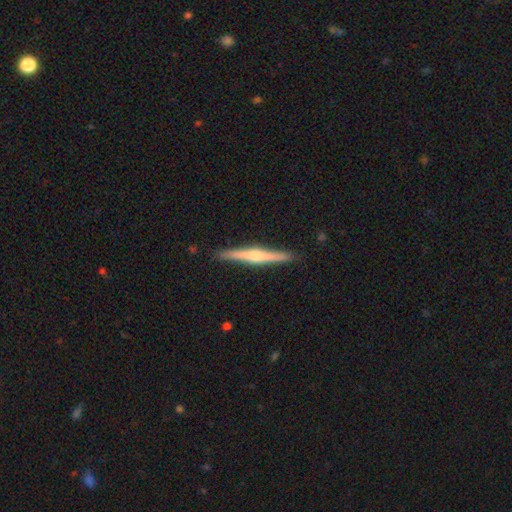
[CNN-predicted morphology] Q: Smooth or featured?
A: featured or disk (69%); runner-up: smooth (25%)
Q: Edge-on disk?
A: yes (98%); runner-up: no (2%)
Q: Edge-on bulge?
A: rounded (84%); runner-up: none (10%)
Q: Merging?
A: none (91%); runner-up: minor disturbance (7%)